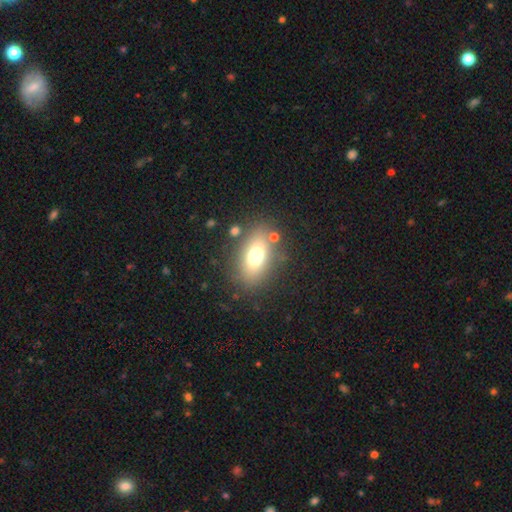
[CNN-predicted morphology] smooth_or_featured: smooth (p=0.68) [alt: featured or disk p=0.19]
how_rounded: in between (p=0.78) [alt: round p=0.18]
merging: none (p=0.79) [alt: minor disturbance p=0.11]